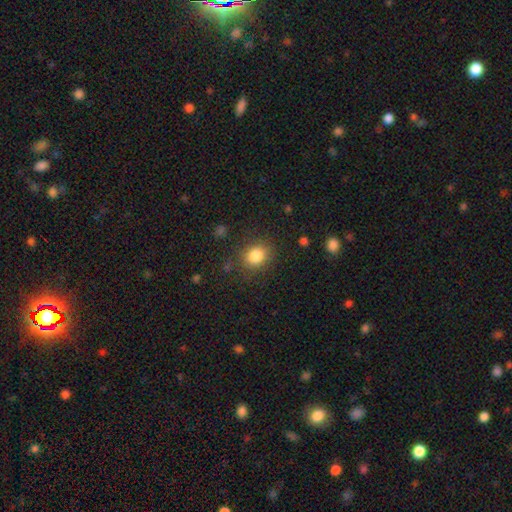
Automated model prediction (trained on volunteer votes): smooth 84%, star or artifact 10%, featured or disk 6%. Down the decision tree: how rounded — round (63%); merging — none (82%).